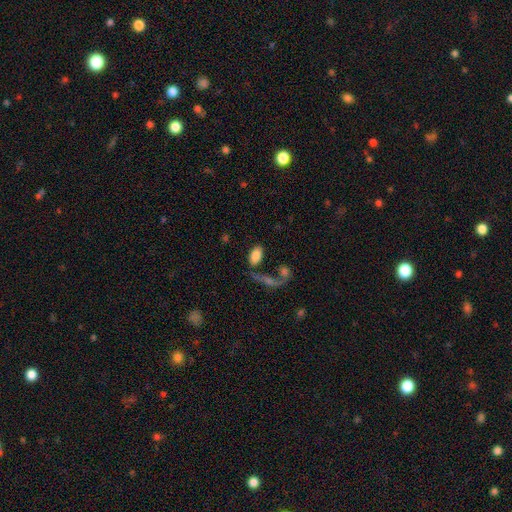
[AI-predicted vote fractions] smooth-or-featured: smooth: 83% | featured or disk: 9% | star or artifact: 8%
  how-rounded: in between: 94% | round: 4% | cigar-shaped: 2%
  merging: none: 58% | merger: 21% | minor disturbance: 12% | major disturbance: 9%